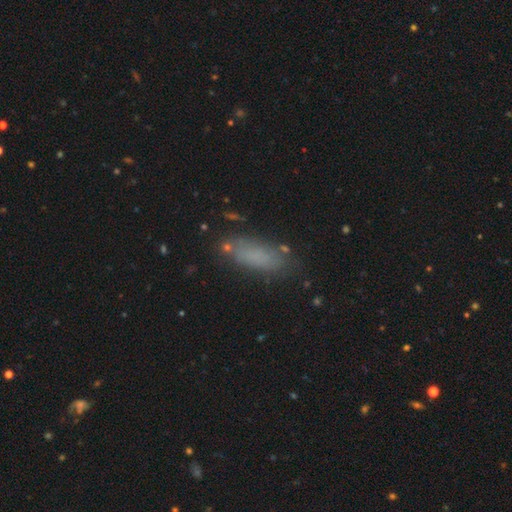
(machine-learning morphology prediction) Overall: smooth (75%). How rounded: in between (67%; cigar-shaped 30%). Merging: none (74%).